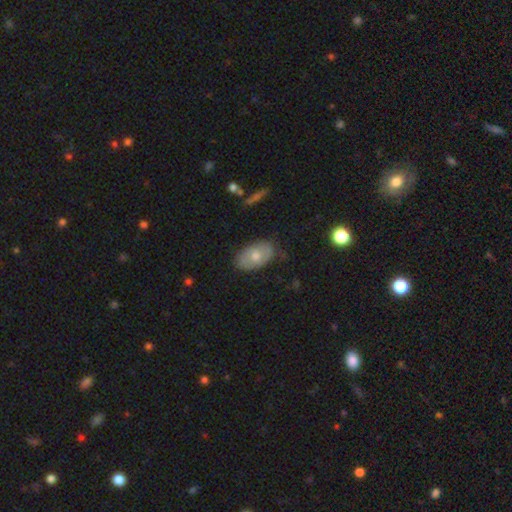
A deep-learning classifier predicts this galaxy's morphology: This is possibly a smooth galaxy (59%). How rounded: clearly in between (91%). Merging: likely none (78%).